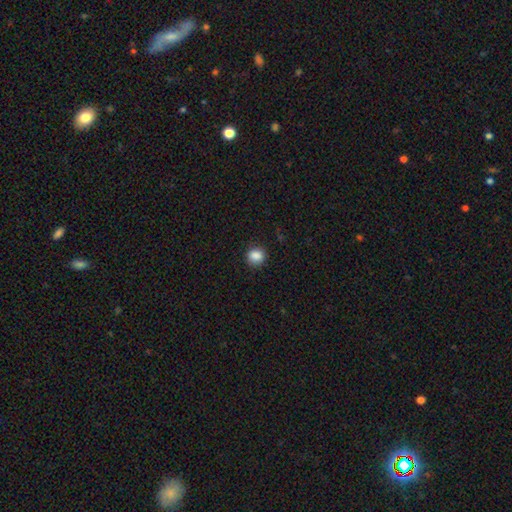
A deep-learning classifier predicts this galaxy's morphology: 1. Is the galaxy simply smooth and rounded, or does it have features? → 87% smooth, 10% star or artifact, 3% featured or disk.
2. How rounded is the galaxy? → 82% round, 17% in between, 1% cigar-shaped.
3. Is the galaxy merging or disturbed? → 88% none, 8% minor disturbance, 2% major disturbance, 1% merger.